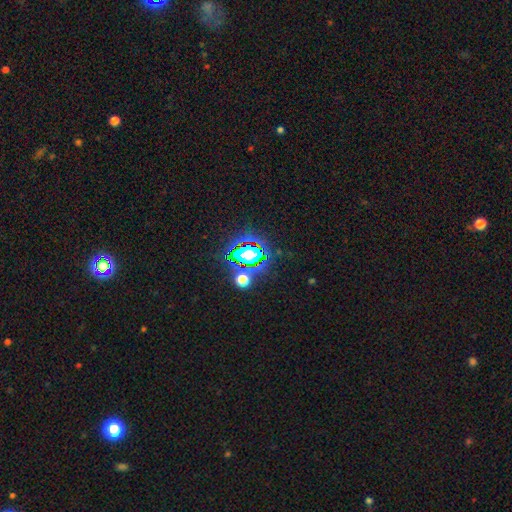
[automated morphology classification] star or artifact 79%, smooth 13%, featured or disk 7%.